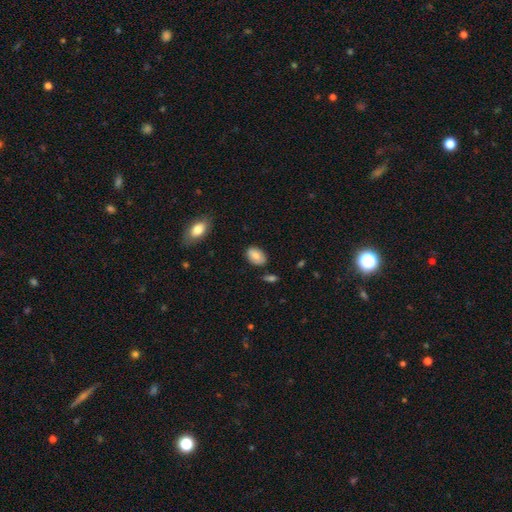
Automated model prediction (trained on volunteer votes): smooth-or-featured: smooth: 77% | featured or disk: 15% | star or artifact: 7%
  how-rounded: in between: 86% | round: 13% | cigar-shaped: 1%
  merging: none: 81% | minor disturbance: 13% | merger: 3% | major disturbance: 3%